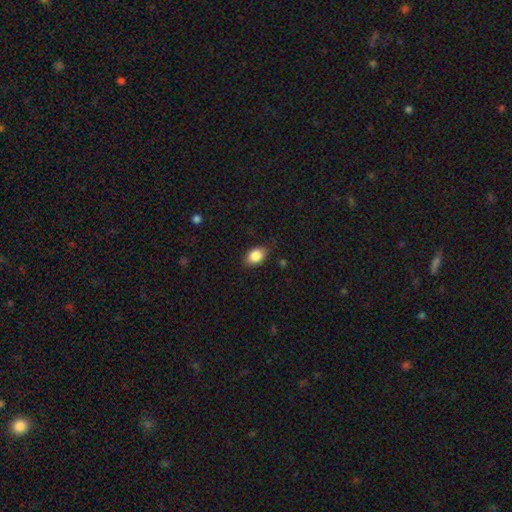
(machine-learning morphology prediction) This appears to be a smooth galaxy with no disk features (86%) that is in between round and cigar-shaped (77%). Merging: none (79%).